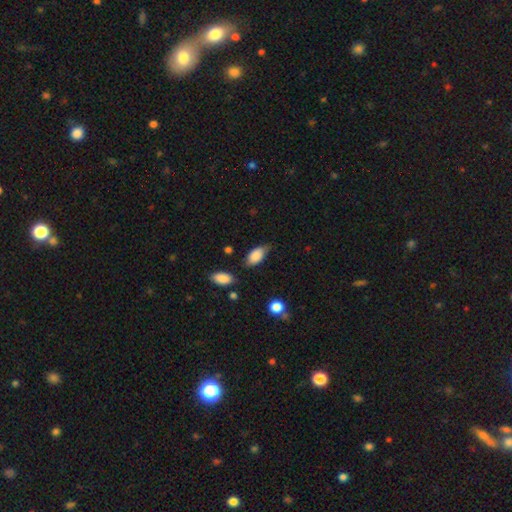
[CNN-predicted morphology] This appears to be a smooth galaxy with no disk features (82%) that is in between round and cigar-shaped (92%). Merging: none (56%).